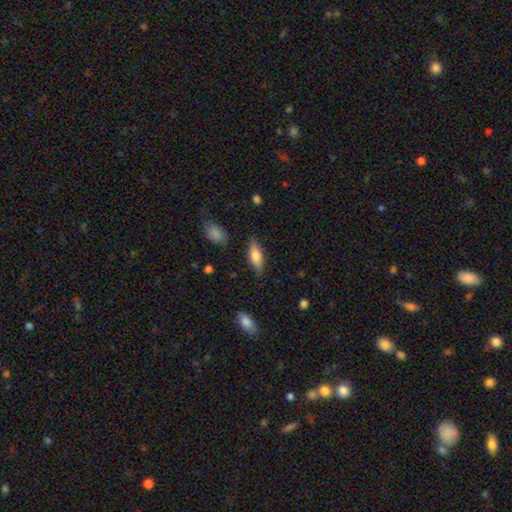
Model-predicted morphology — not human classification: smooth-or-featured: smooth: 68% | featured or disk: 26% | star or artifact: 6%
  how-rounded: in between: 67% | cigar-shaped: 31% | round: 3%
  merging: none: 82% | minor disturbance: 13% | major disturbance: 3% | merger: 2%